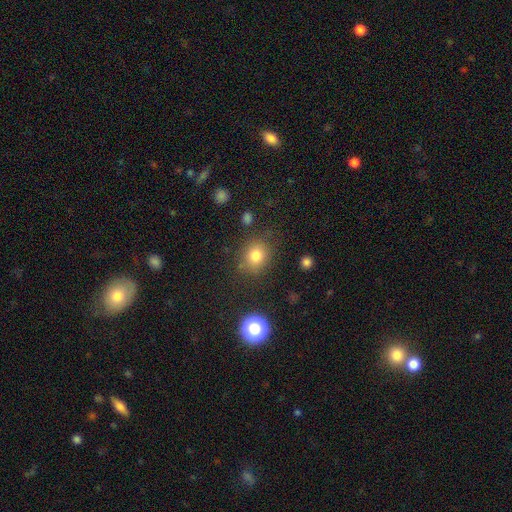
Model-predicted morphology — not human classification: type=smooth (79%); roundness=round (69%); merging=none (80%).